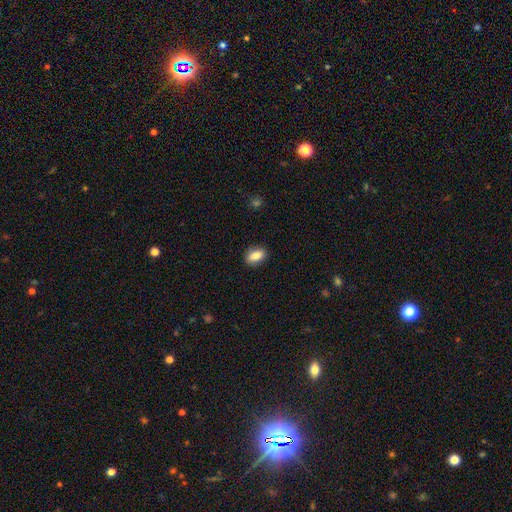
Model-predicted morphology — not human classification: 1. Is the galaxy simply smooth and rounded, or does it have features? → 85% smooth, 8% featured or disk, 7% star or artifact.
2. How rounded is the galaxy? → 87% in between, 9% round, 4% cigar-shaped.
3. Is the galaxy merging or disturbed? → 86% none, 10% minor disturbance, 2% major disturbance, 1% merger.